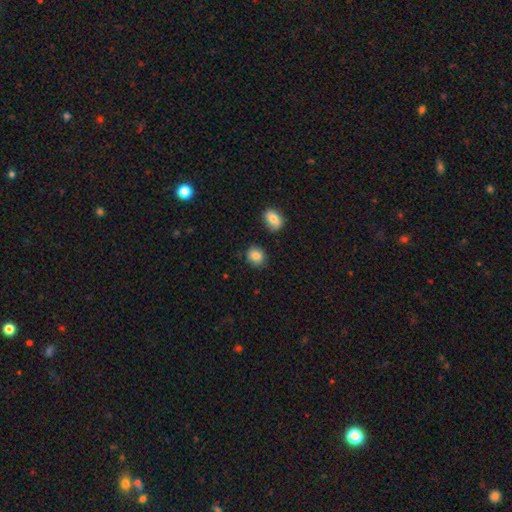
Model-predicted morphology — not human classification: Smooth or featured: smooth — 86% (star or artifact — 9%)
How rounded: round — 65% (in between — 34%)
Merging: none — 82% (minor disturbance — 12%)